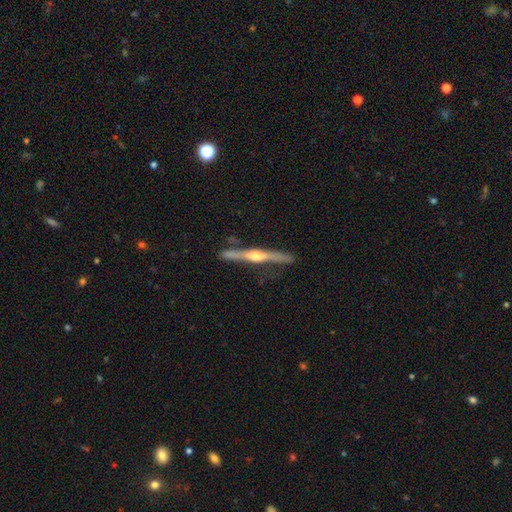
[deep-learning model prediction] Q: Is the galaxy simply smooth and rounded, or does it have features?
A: featured or disk — 77%.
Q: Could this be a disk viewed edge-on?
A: yes — 97%.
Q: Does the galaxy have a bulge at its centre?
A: rounded — 91%.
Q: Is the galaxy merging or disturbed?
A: none — 80%.